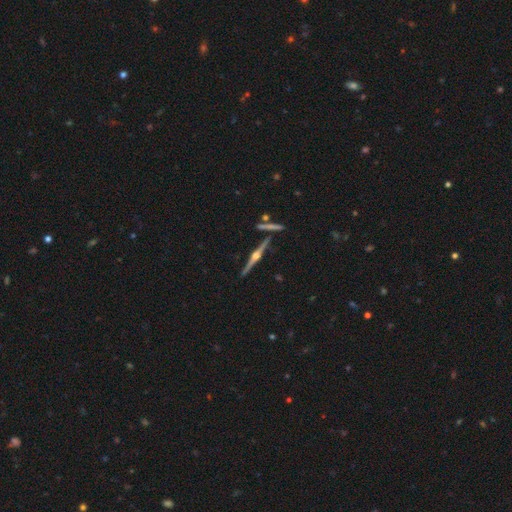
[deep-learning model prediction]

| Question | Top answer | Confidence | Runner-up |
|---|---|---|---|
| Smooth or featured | featured or disk | 89% | smooth (6%) |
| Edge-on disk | yes | 99% | no (1%) |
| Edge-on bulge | rounded | 96% | boxy (2%) |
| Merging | none | 88% | minor disturbance (6%) |